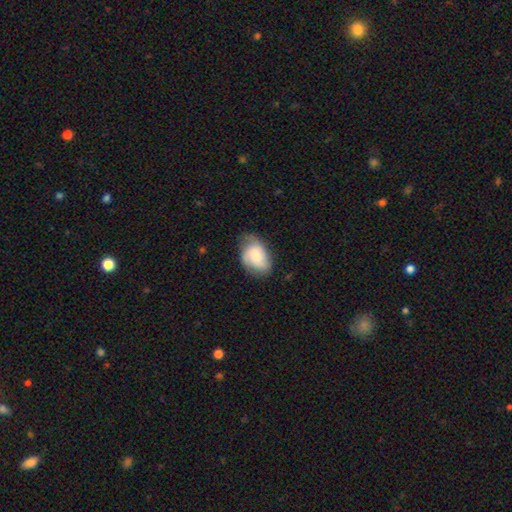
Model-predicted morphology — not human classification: smooth_or_featured: smooth (p=0.57) [alt: featured or disk p=0.36]
how_rounded: in between (p=0.81) [alt: round p=0.18]
merging: none (p=0.51) [alt: minor disturbance p=0.35]